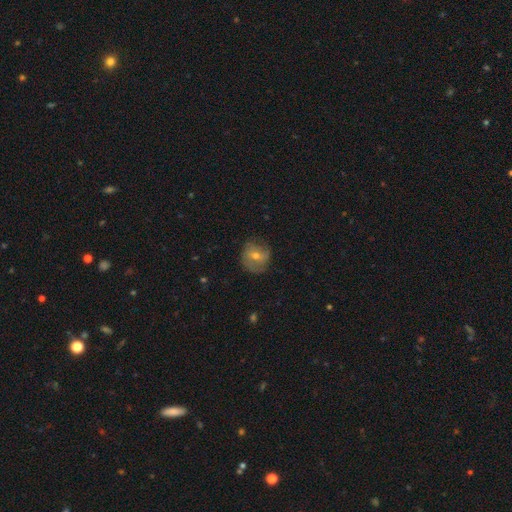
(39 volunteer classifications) Smooth or featured? 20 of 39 (51%) said featured or disk. Edge-on disk? 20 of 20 (100%) said no. Bar? 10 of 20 (50%) said no. Spiral arms? 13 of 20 (65%) said yes. Spiral winding? 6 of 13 (46%) said medium. Spiral arm count? 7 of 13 (54%) said 2. Bulge size? 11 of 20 (55%) said moderate. Merging? 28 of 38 (74%) said none.